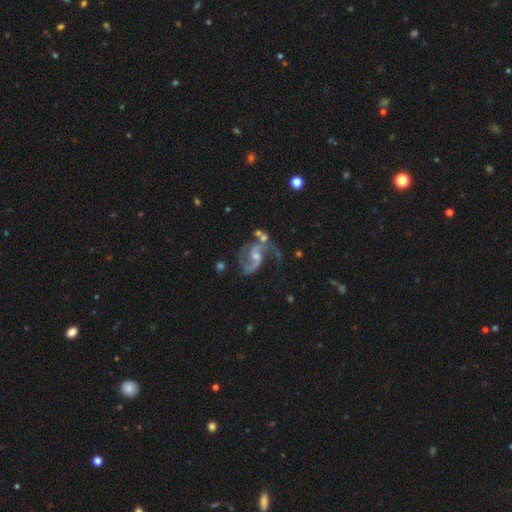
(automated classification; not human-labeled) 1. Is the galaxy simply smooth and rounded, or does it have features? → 87% featured or disk, 7% star or artifact, 6% smooth.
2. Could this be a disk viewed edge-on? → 98% no, 2% yes.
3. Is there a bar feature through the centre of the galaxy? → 45% weak, 39% no, 15% strong.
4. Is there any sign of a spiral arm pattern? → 95% yes, 5% no.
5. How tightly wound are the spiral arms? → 48% loose, 43% medium, 9% tight.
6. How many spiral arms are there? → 84% 2, 6% 1, 4% can't tell, 3% 3, 1% 4, 1% more than 4.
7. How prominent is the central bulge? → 52% small, 39% moderate, 6% none, 2% large, 1% dominant.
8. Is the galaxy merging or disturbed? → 43% none, 22% major disturbance, 18% minor disturbance, 17% merger.